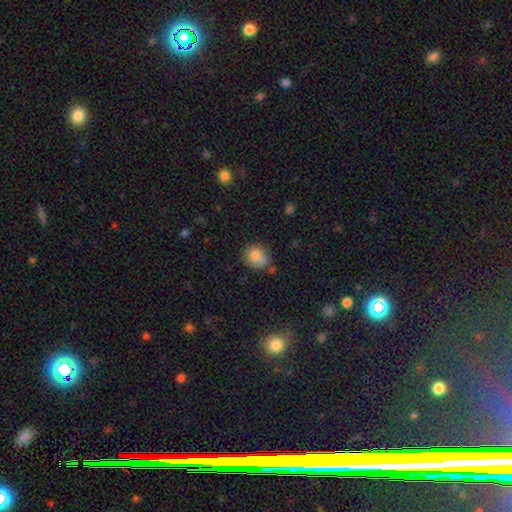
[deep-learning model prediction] A smooth galaxy with no disk features (79%) that is round (68%). Merging: none (57%).